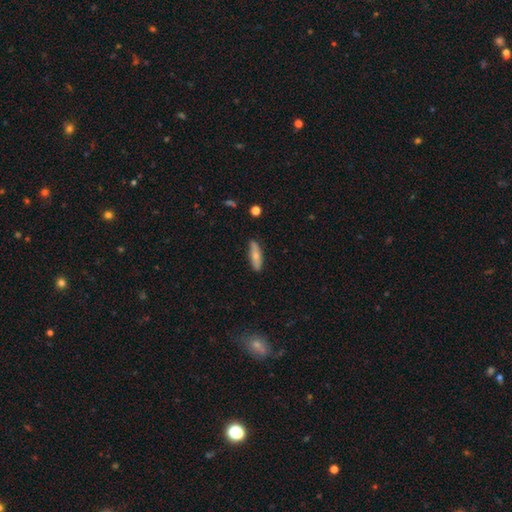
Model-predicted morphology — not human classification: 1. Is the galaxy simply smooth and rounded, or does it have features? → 69% smooth, 25% featured or disk, 6% star or artifact.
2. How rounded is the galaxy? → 57% cigar-shaped, 40% in between, 2% round.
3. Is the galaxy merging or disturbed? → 83% none, 14% minor disturbance, 2% major disturbance, 1% merger.